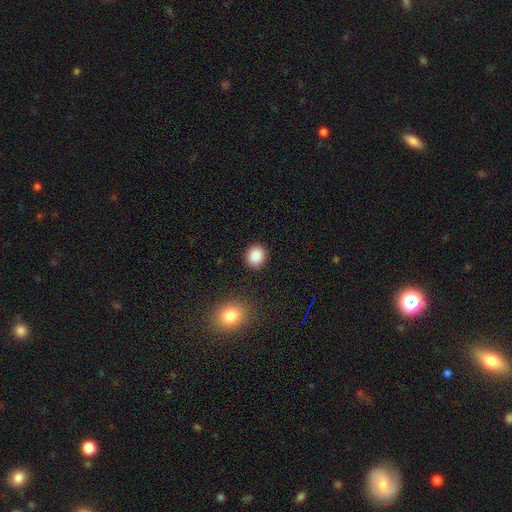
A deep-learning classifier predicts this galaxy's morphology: smooth 87%, star or artifact 9%, featured or disk 4%. Down the decision tree: how rounded — round (79%); merging — none (89%).